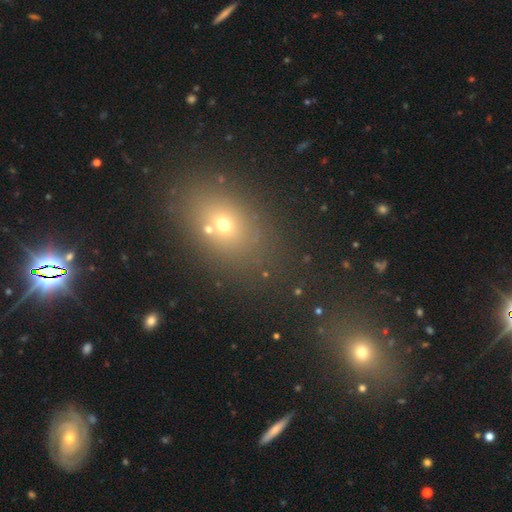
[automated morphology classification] Q: Smooth or featured?
A: smooth (51%); runner-up: star or artifact (36%)
Q: How rounded?
A: in between (60%); runner-up: round (37%)
Q: Merging?
A: none (74%); runner-up: merger (12%)